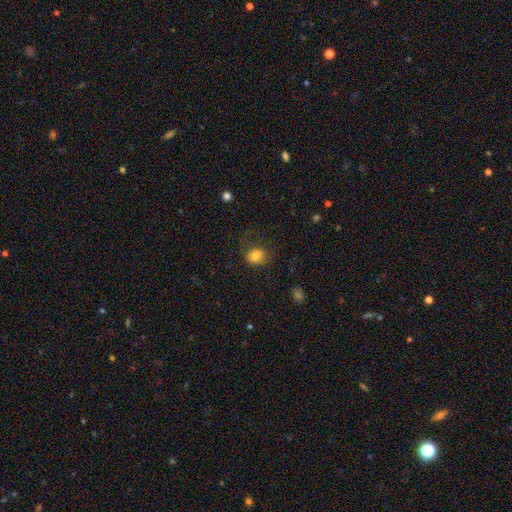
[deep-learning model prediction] The model was most divided on "how rounded": round: 64%, in between: 35%, cigar-shaped: 1%. More confident: smooth or featured — smooth (82%); merging — none (64%).